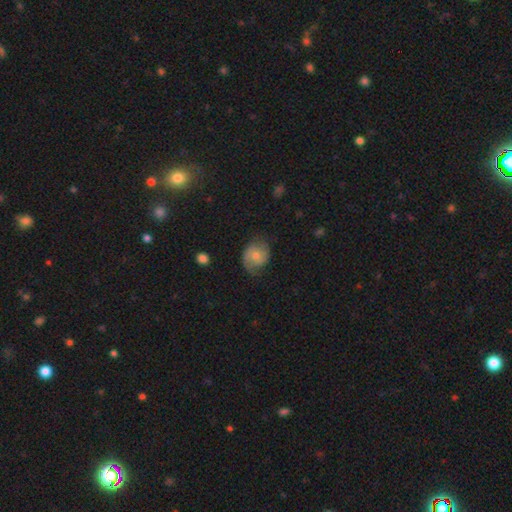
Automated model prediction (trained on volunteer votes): smooth_or_featured: featured or disk (p=0.59) [alt: smooth p=0.34]
disk_edge_on: no (p=0.97) [alt: yes p=0.03]
bar: no (p=0.72) [alt: weak p=0.24]
has_spiral_arms: yes (p=0.88) [alt: no p=0.12]
spiral_winding: medium (p=0.41) [alt: tight p=0.38]
spiral_arm_count: 2 (p=0.67) [alt: 1 p=0.17]
bulge_size: moderate (p=0.55) [alt: small p=0.38]
merging: none (p=0.64) [alt: minor disturbance p=0.25]